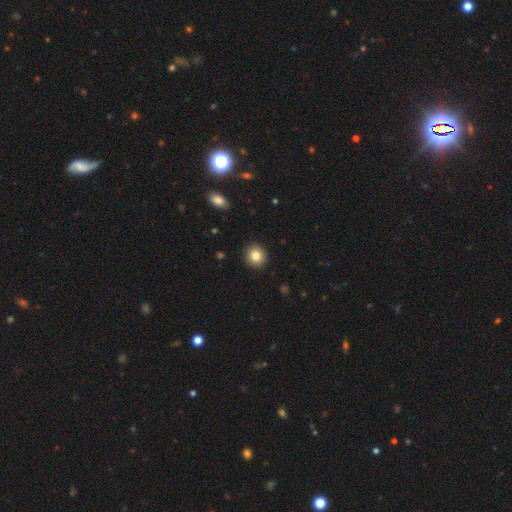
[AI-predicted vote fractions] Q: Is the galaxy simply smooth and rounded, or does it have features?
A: smooth — 83%.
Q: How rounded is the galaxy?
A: round — 89%.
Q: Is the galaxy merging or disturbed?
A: none — 92%.